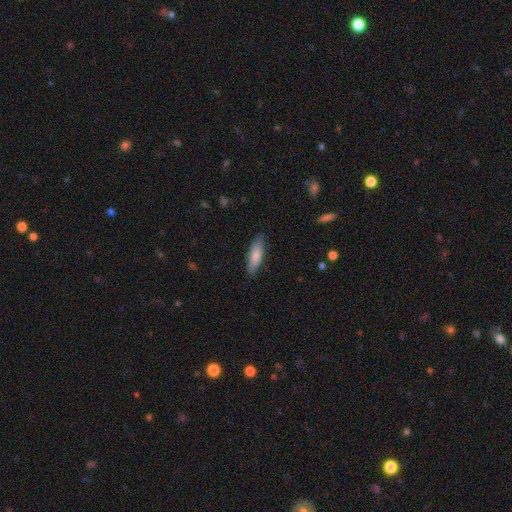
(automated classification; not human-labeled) Morphology: type=smooth (80%); roundness=cigar-shaped (54%); merging=none (85%).